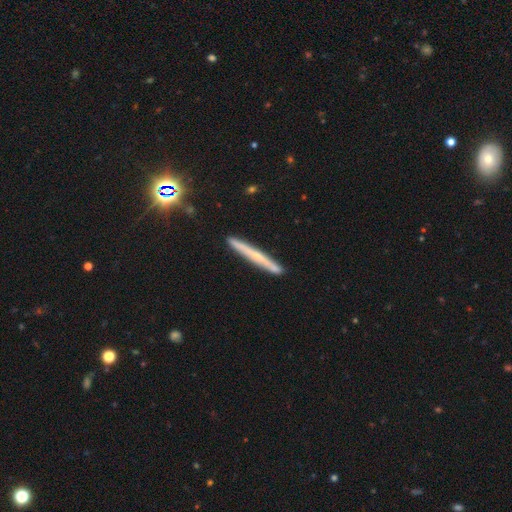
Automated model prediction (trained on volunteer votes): Smooth or featured? featured or disk (56%)
Edge-on disk? yes (95%)
Edge-on bulge? rounded (49%)
Merging? none (88%)